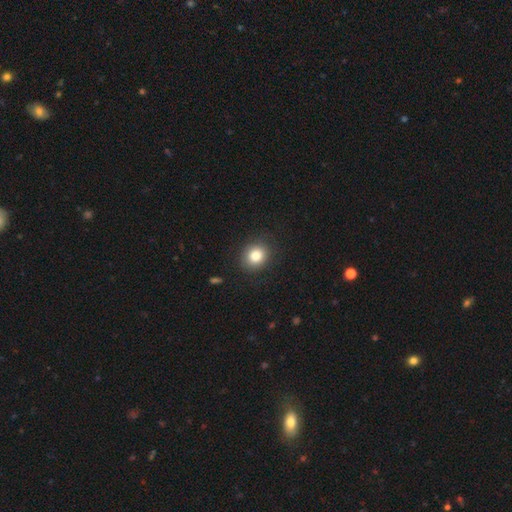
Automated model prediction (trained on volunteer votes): Overall: smooth (83%). How rounded: round (69%; in between 30%). Merging: none (86%).